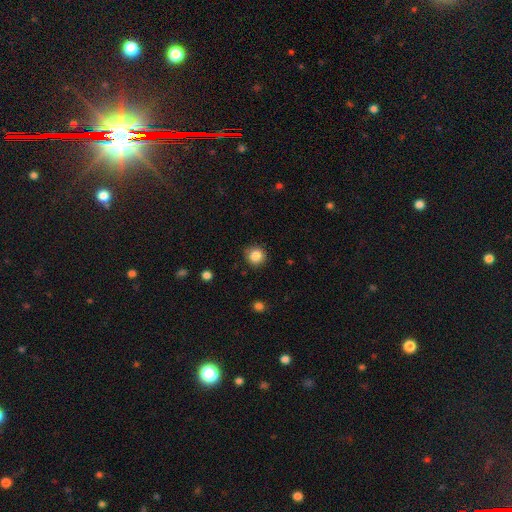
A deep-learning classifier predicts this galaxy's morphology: This is clearly a smooth galaxy (85%). How rounded: clearly round (92%). Merging: clearly none (87%).